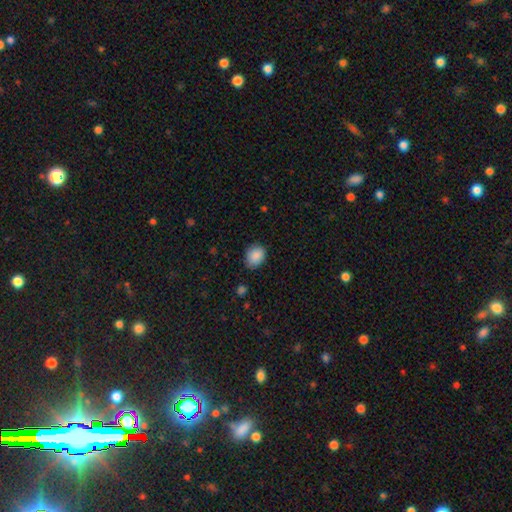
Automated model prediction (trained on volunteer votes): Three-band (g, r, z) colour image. It shows a smooth galaxy with no disk features (89%) that is in between round and cigar-shaped (56%). Merging: none (77%).